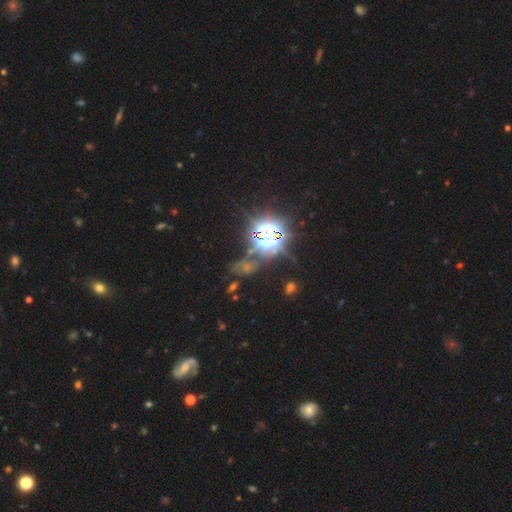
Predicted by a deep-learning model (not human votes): This appears to be a star or artifact, not a galaxy (75%).